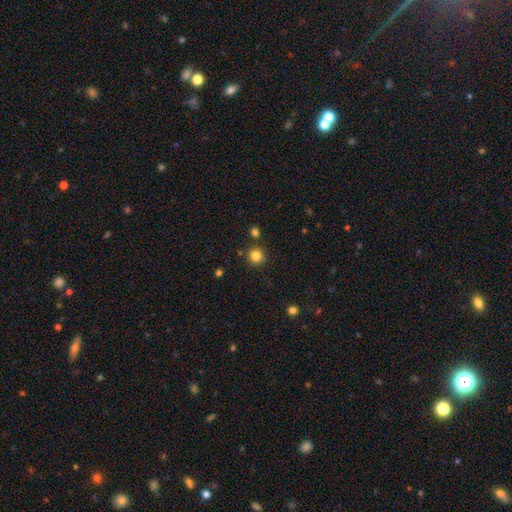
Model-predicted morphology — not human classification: Smooth or featured? Predicted: smooth (p=0.84). How rounded? Predicted: round (p=0.94). Merging? Predicted: none (p=0.86).